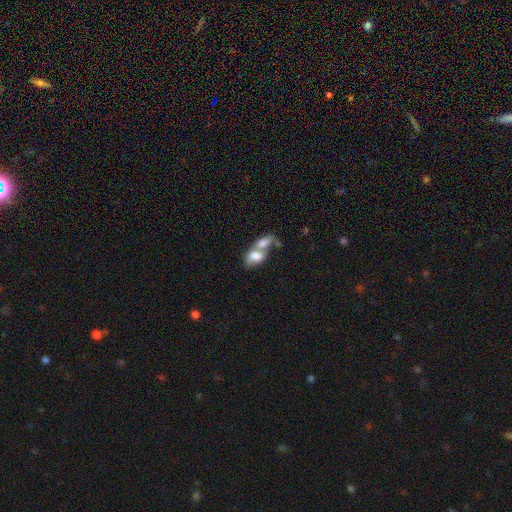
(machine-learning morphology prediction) Q: Smooth or featured?
A: smooth (72%); runner-up: featured or disk (20%)
Q: How rounded?
A: in between (85%); runner-up: round (11%)
Q: Merging?
A: merger (75%); runner-up: none (13%)